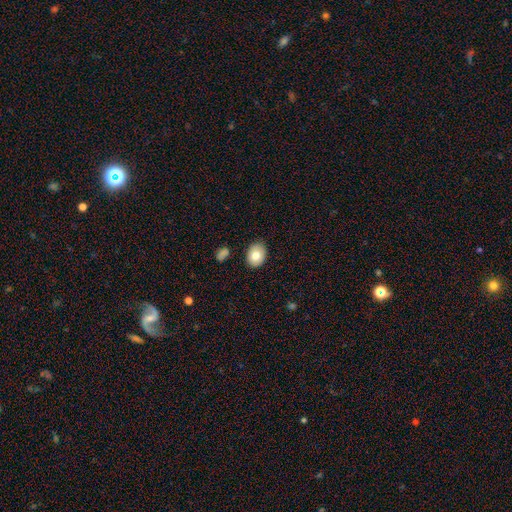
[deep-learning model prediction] Morphology: type=smooth (80%); roundness=in between (72%); merging=none (86%).